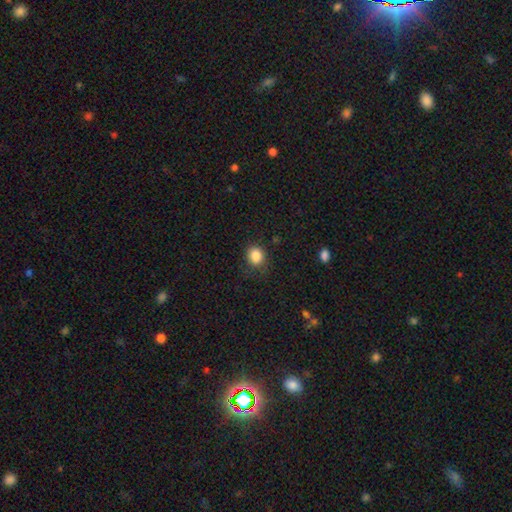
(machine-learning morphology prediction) Smooth or featured?
  - smooth: 85% *
  - star or artifact: 10%
  - featured or disk: 4%
How rounded?
  - round: 71% *
  - in between: 28%
  - cigar-shaped: 1%
Merging?
  - none: 75% *
  - minor disturbance: 17%
  - major disturbance: 6%
  - merger: 2%